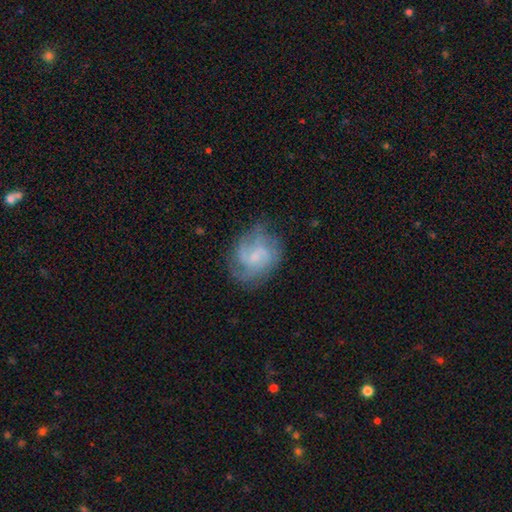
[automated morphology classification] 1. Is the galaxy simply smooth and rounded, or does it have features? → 74% featured or disk, 19% smooth, 7% star or artifact.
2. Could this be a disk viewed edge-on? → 98% no, 2% yes.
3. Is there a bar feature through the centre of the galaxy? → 53% no, 42% weak, 6% strong.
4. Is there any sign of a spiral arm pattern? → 92% yes, 8% no.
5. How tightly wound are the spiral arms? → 46% medium, 34% tight, 19% loose.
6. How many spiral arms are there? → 28% 2, 27% 3, 27% can't tell, 9% 4, 5% 1, 5% more than 4.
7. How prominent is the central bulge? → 55% small, 22% moderate, 20% none, 2% large, 1% dominant.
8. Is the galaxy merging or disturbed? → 68% none, 20% minor disturbance, 11% major disturbance, 1% merger.